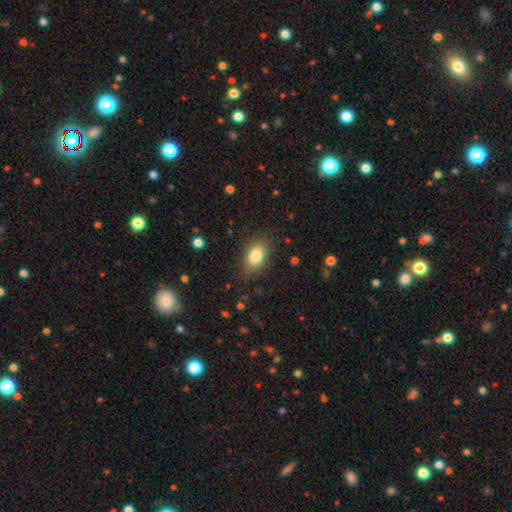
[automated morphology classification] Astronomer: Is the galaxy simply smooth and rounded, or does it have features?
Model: smooth — 83%.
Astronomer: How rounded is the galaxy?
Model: in between — 88%.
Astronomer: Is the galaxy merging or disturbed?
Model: none — 83%.